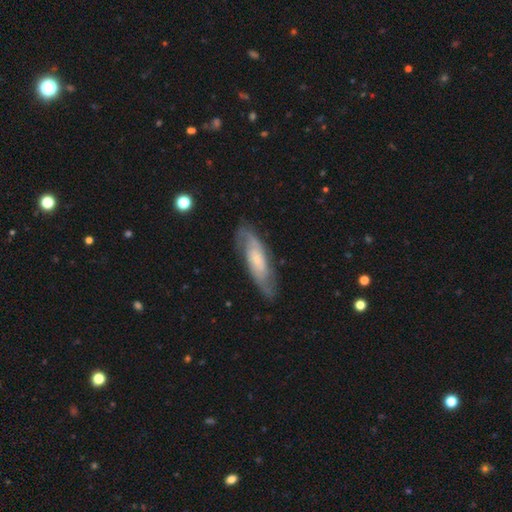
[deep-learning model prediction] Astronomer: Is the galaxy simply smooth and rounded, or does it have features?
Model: featured or disk — 65%.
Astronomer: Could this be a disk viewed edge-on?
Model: no — 71%.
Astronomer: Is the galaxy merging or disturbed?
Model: none — 81%.